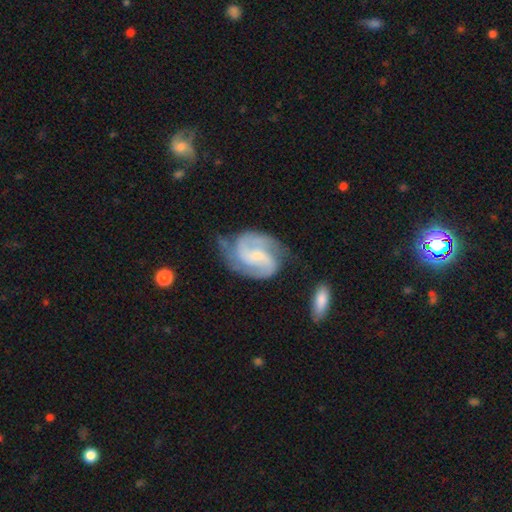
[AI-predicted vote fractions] featured or disk 88%, smooth 7%, star or artifact 5%. Down the decision tree: edge-on disk — no (98%); bar — weak (46%); spiral arms — yes (97%); spiral arm count — 2 (84%); spiral winding — medium (55%); bulge size — small (67%); merging — none (65%).